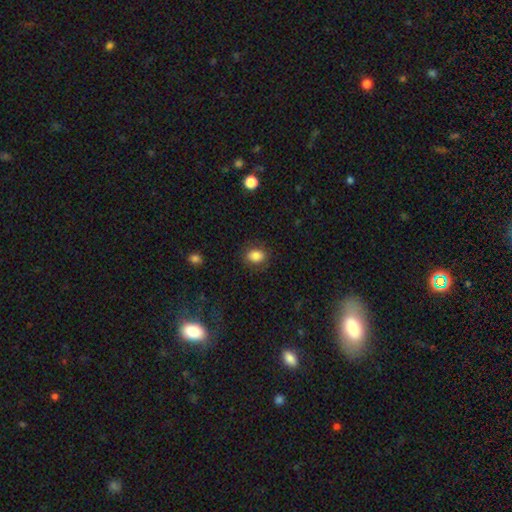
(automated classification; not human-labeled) smooth_or_featured: smooth (p=0.85) [alt: star or artifact p=0.09]
how_rounded: in between (p=0.60) [alt: round p=0.39]
merging: none (p=0.84) [alt: minor disturbance p=0.11]